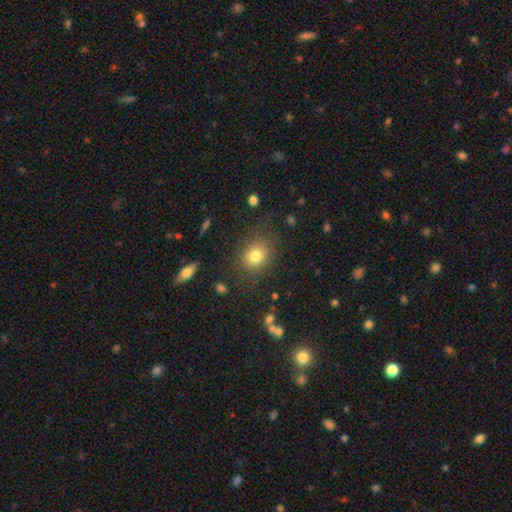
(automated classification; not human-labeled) smooth-or-featured: smooth: 78% | star or artifact: 13% | featured or disk: 9%
  how-rounded: round: 62% | in between: 37% | cigar-shaped: 1%
  merging: none: 79% | minor disturbance: 12% | major disturbance: 6% | merger: 2%